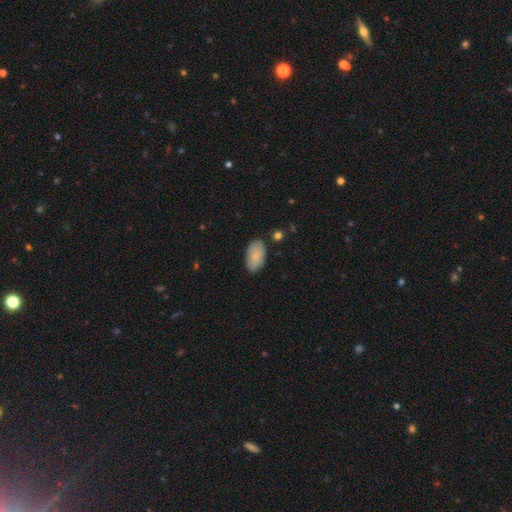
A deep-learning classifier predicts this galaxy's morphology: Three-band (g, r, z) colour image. It shows a smooth galaxy with no disk features (84%) that is in between round and cigar-shaped (95%). Merging: none (81%).